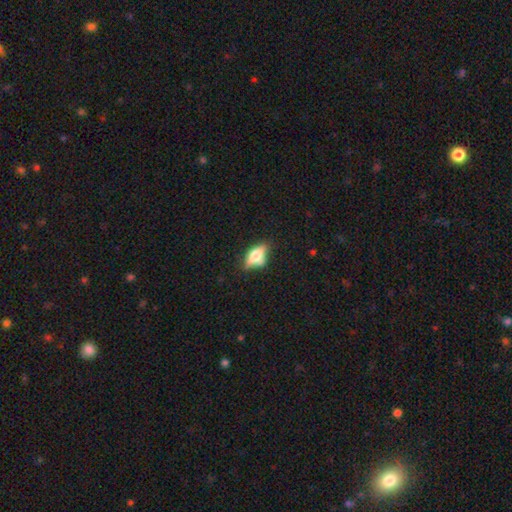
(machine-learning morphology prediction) The model was most divided on "smooth or featured": smooth: 55%, featured or disk: 36%, star or artifact: 9%. More confident: how rounded — in between (80%); merging — none (55%).